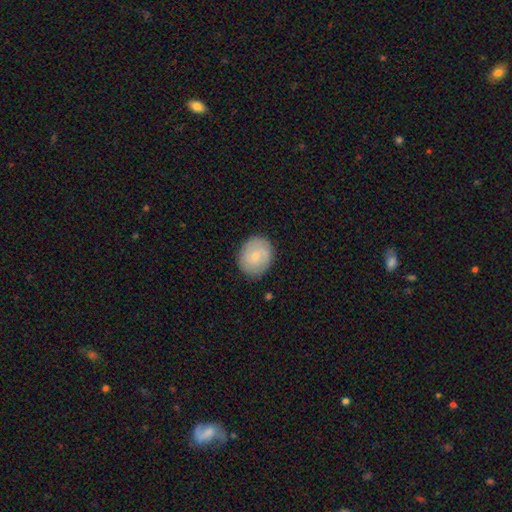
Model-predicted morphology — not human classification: This is possibly a smooth galaxy (49%). Merging: clearly none (83%).